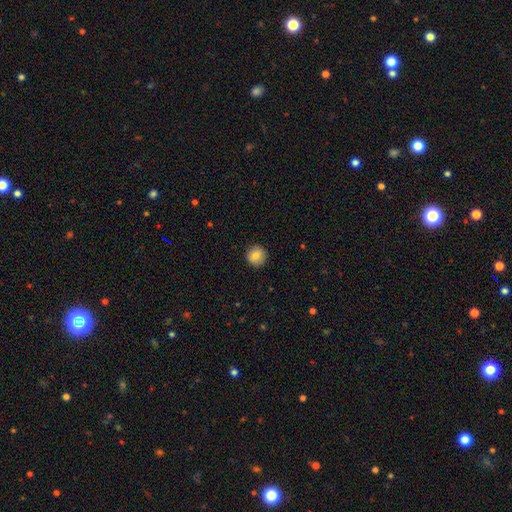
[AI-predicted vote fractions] The model was most divided on "smooth or featured": smooth: 84%, star or artifact: 9%, featured or disk: 7%. More confident: how rounded — round (93%); merging — none (91%).